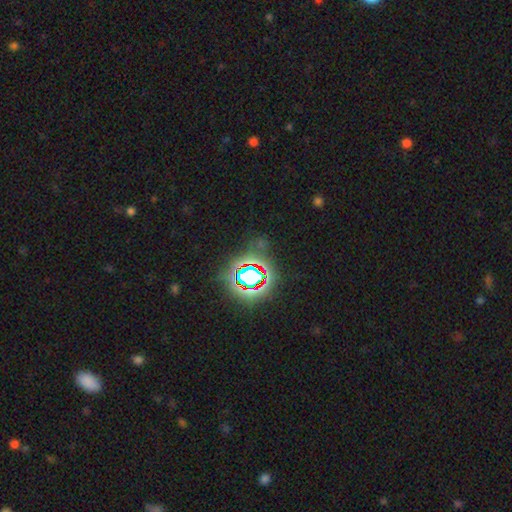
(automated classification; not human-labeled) Morphology: type=star or artifact (82%).